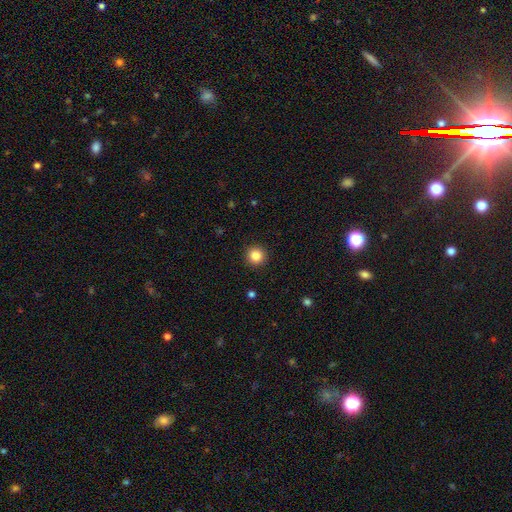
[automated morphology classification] This is clearly a smooth galaxy (85%). How rounded: clearly round (96%). Merging: clearly none (93%).